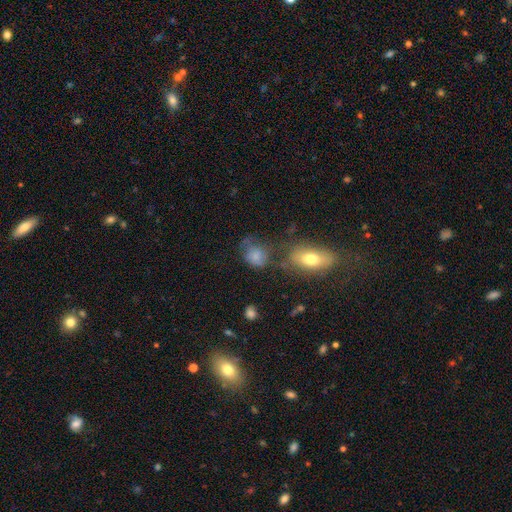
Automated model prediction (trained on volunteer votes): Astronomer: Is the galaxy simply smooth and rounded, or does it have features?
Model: smooth — 75%.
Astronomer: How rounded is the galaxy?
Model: round — 54% (runner-up: in between, 44%).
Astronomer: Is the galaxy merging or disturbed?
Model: none — 43% (runner-up: minor disturbance, 25%).